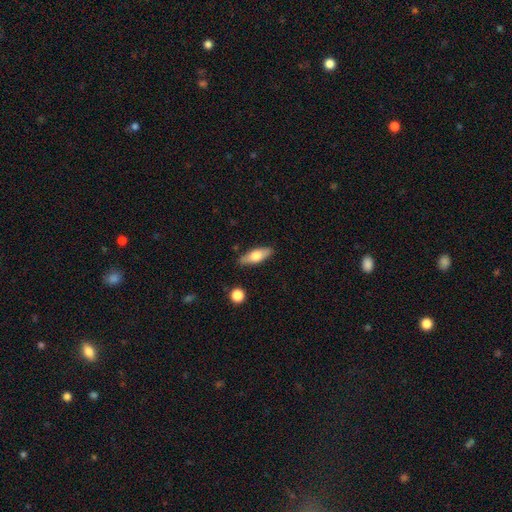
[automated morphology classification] smooth 61%, featured or disk 33%, star or artifact 6%. Down the decision tree: how rounded — in between (63%); merging — none (84%).